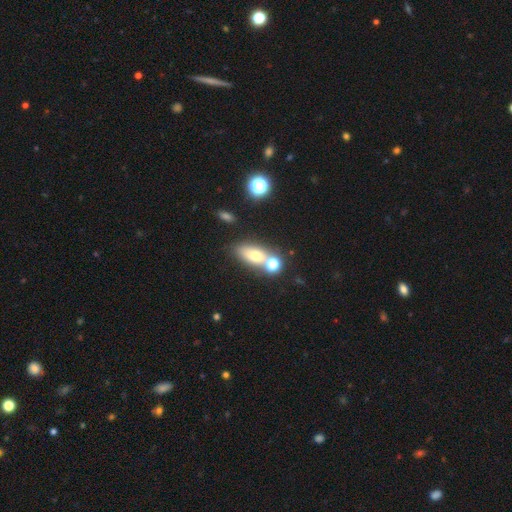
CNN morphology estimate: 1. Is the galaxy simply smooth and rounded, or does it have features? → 65% smooth, 22% featured or disk, 14% star or artifact.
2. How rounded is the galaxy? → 72% in between, 16% round, 12% cigar-shaped.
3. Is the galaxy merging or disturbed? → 51% none, 33% merger, 12% minor disturbance, 5% major disturbance.